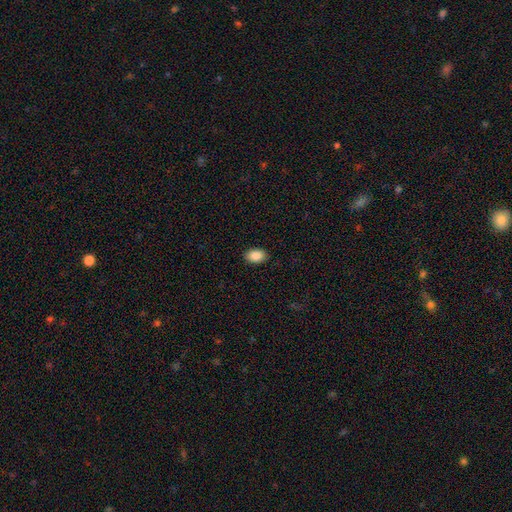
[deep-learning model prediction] smooth-or-featured: smooth: 88% | star or artifact: 8% | featured or disk: 4%
  how-rounded: in between: 87% | round: 12% | cigar-shaped: 1%
  merging: none: 89% | minor disturbance: 8% | major disturbance: 2% | merger: 1%